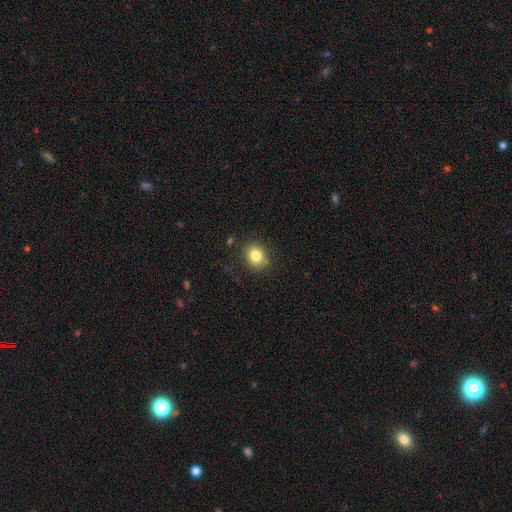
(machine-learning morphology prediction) type=smooth (83%); roundness=round (65%); merging=none (86%).